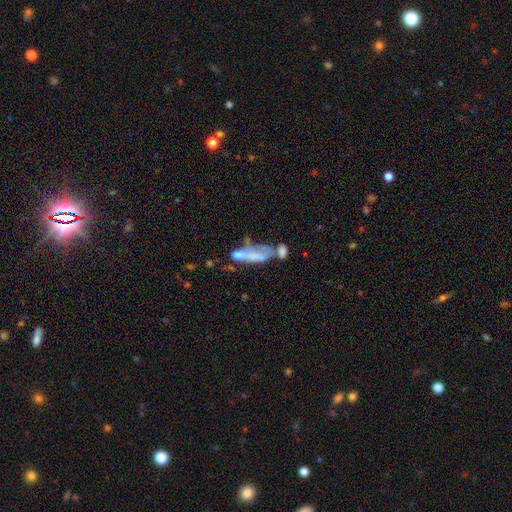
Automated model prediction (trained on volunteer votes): Smooth or featured?
  - smooth: 51% *
  - featured or disk: 37%
  - star or artifact: 11%
How rounded?
  - in between: 62% *
  - cigar-shaped: 34%
  - round: 4%
Merging?
  - merger: 54% *
  - major disturbance: 22%
  - none: 13%
  - minor disturbance: 10%